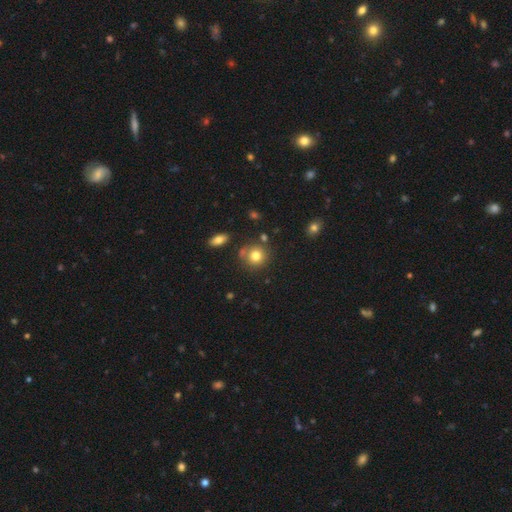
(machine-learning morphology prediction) This appears to be a smooth galaxy with no disk features (79%) that is round (87%). Merging: none (74%).